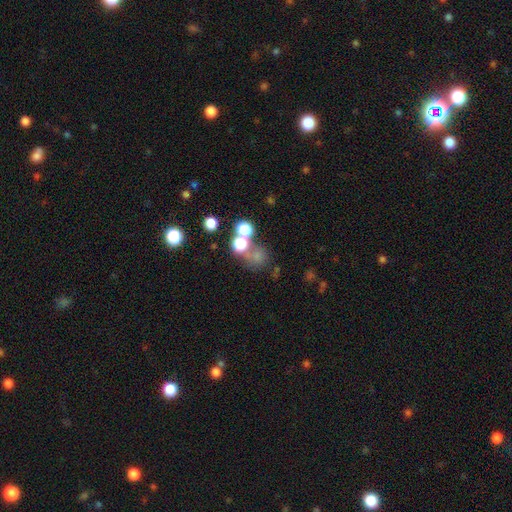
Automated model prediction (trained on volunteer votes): This is possibly a smooth galaxy (59%). How rounded: likely round (80%). Merging: marginally none (44%).